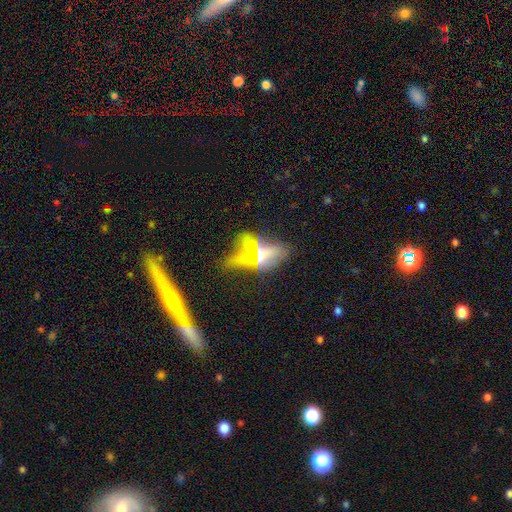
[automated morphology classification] smooth 48%, featured or disk 33%, star or artifact 19%. Down the decision tree: merging — none (60%).